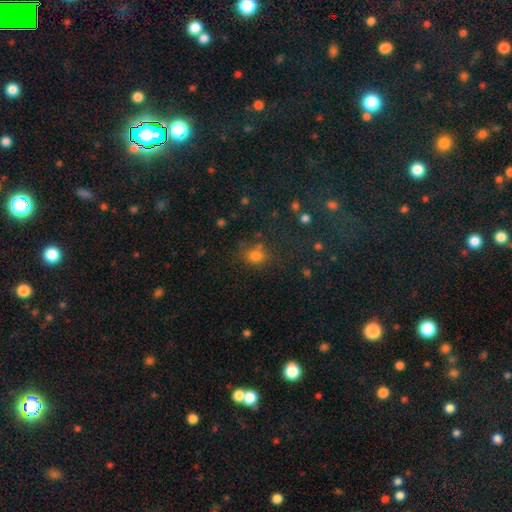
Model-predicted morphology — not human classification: smooth_or_featured: smooth (p=0.76) [alt: star or artifact p=0.16]
how_rounded: round (p=0.65) [alt: in between p=0.34]
merging: none (p=0.67) [alt: minor disturbance p=0.16]